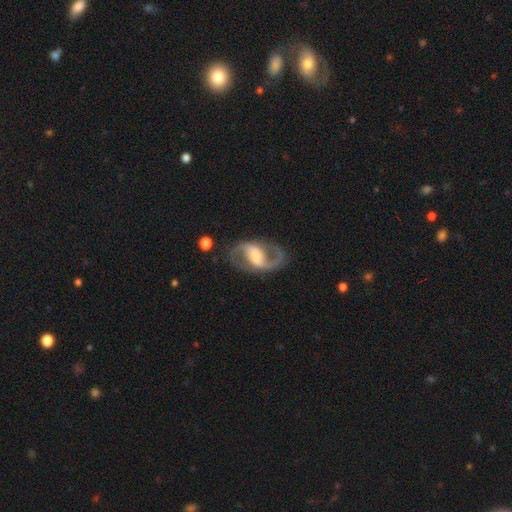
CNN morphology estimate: Q: Smooth or featured?
A: featured or disk (90%); runner-up: smooth (6%)
Q: Edge-on disk?
A: no (98%); runner-up: yes (2%)
Q: Bar?
A: weak (46%); runner-up: strong (33%)
Q: Spiral arms?
A: yes (97%); runner-up: no (3%)
Q: Spiral winding?
A: medium (49%); runner-up: loose (42%)
Q: Spiral arm count?
A: 2 (93%); runner-up: 1 (2%)
Q: Bulge size?
A: moderate (47%); runner-up: small (28%)
Q: Merging?
A: none (82%); runner-up: minor disturbance (11%)